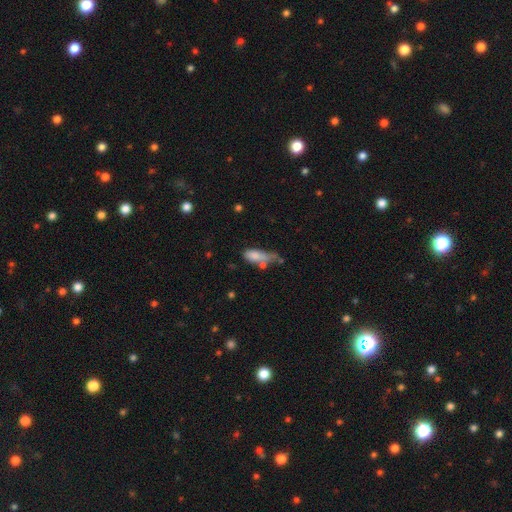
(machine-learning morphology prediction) Smooth or featured?
  - smooth: 74% *
  - featured or disk: 17%
  - star or artifact: 9%
How rounded?
  - in between: 68% *
  - cigar-shaped: 28%
  - round: 4%
Merging?
  - minor disturbance: 28% *
  - major disturbance: 26%
  - none: 25%
  - merger: 21%